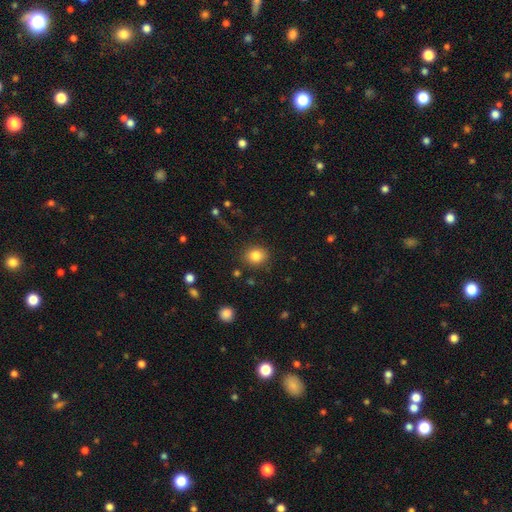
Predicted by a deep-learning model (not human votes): smooth 84%, star or artifact 10%, featured or disk 6%. Down the decision tree: how rounded — round (70%); merging — none (87%).